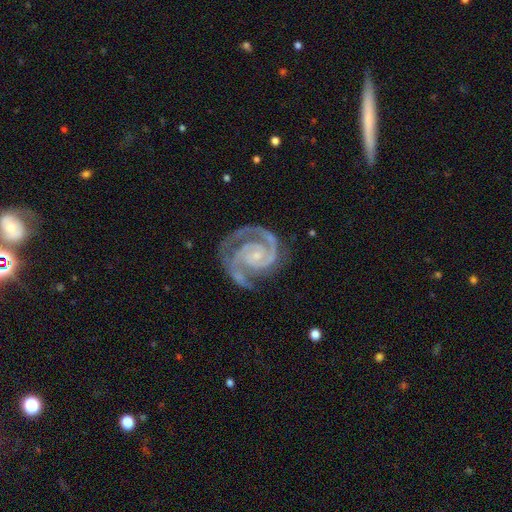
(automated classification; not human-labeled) smooth_or_featured: featured or disk (p=0.93) [alt: star or artifact p=0.04]
disk_edge_on: no (p=0.98) [alt: yes p=0.02]
bar: no (p=0.68) [alt: weak p=0.22]
has_spiral_arms: yes (p=0.99) [alt: no p=0.01]
spiral_winding: tight (p=0.64) [alt: medium p=0.32]
spiral_arm_count: 2 (p=0.82) [alt: 3 p=0.09]
bulge_size: small (p=0.78) [alt: moderate p=0.13]
merging: none (p=0.70) [alt: minor disturbance p=0.19]